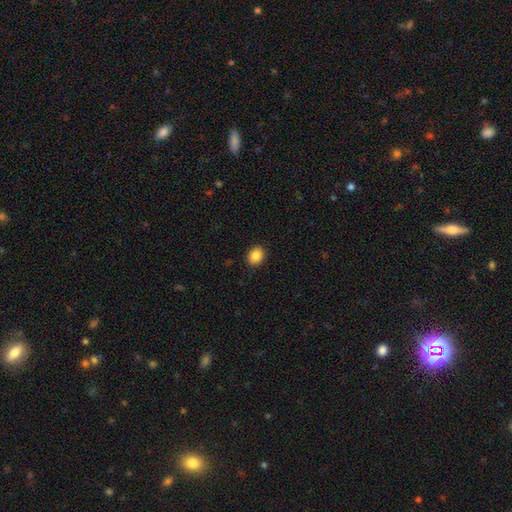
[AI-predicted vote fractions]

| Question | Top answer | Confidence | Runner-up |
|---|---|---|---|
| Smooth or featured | smooth | 87% | star or artifact (9%) |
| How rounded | round | 59% | in between (40%) |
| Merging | none | 90% | minor disturbance (7%) |